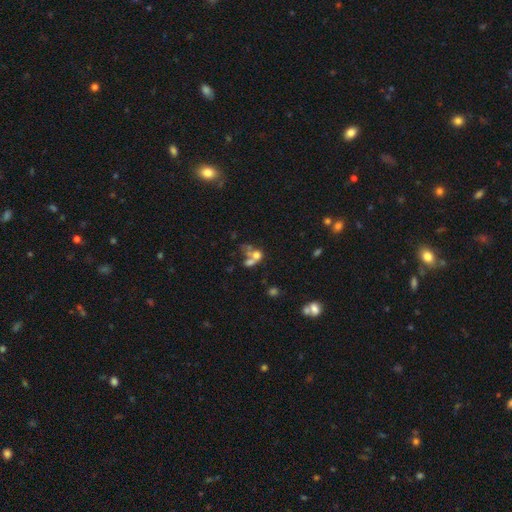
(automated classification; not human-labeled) smooth_or_featured: smooth (p=0.52) [alt: featured or disk p=0.31]
how_rounded: round (p=0.51) [alt: in between p=0.47]
merging: merger (p=0.57) [alt: none p=0.20]